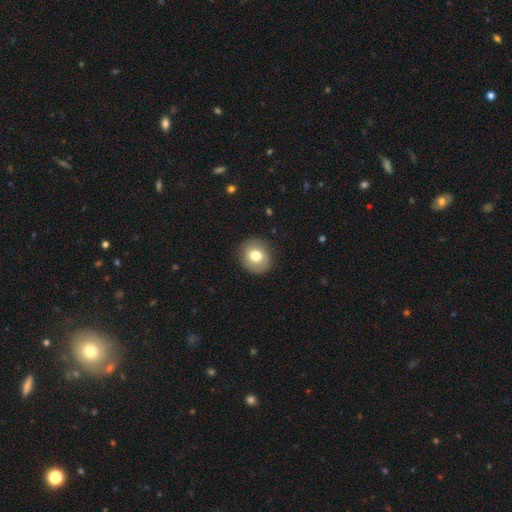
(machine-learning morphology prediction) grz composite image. It shows a smooth galaxy with no disk features (75%) that is round (83%). Merging: none (88%).